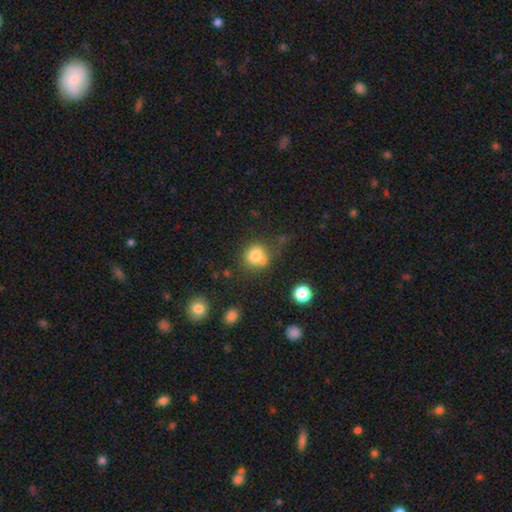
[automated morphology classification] smooth 76%, featured or disk 12%, star or artifact 12%. Down the decision tree: how rounded — round (74%); merging — none (47%).